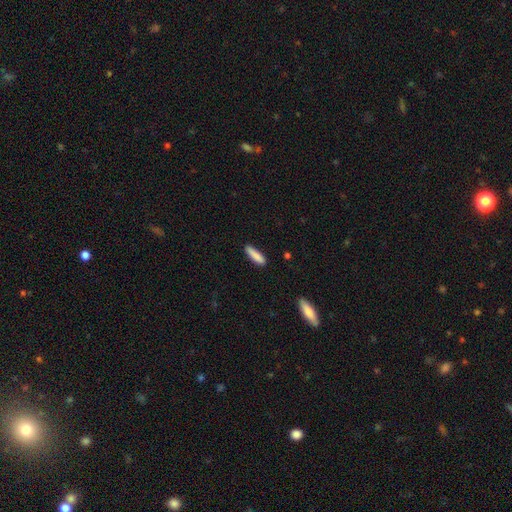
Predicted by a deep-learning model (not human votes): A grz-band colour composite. It shows a smooth galaxy with no disk features (87%) that is cigar-shaped (72%). Merging: none (85%).